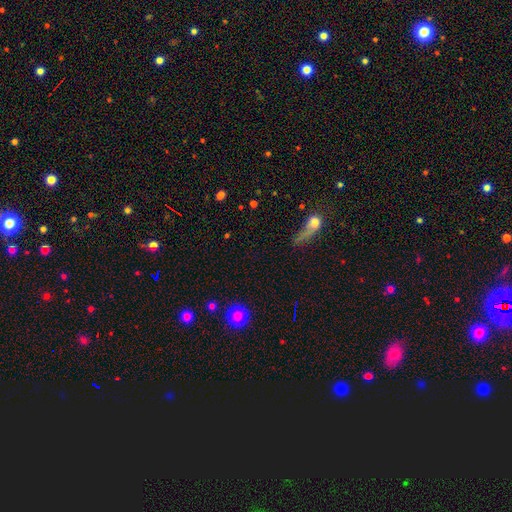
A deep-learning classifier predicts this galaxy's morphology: Overall: smooth (54%; star or artifact 32%). How rounded: round (60%; in between 27%). Merging: none (67%).